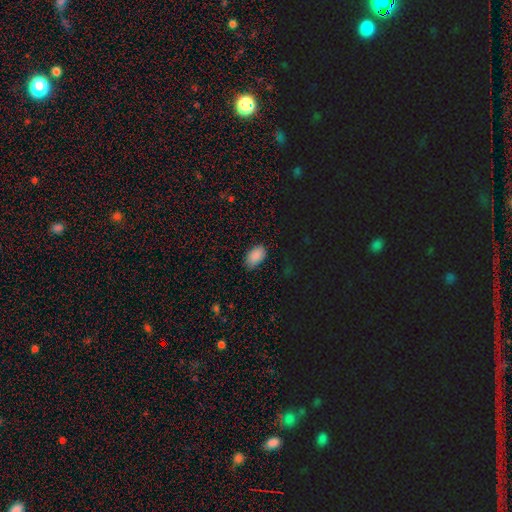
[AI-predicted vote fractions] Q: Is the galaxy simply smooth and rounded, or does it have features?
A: smooth — 86%.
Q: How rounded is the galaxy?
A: in between — 93%.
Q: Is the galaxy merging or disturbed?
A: none — 80%.